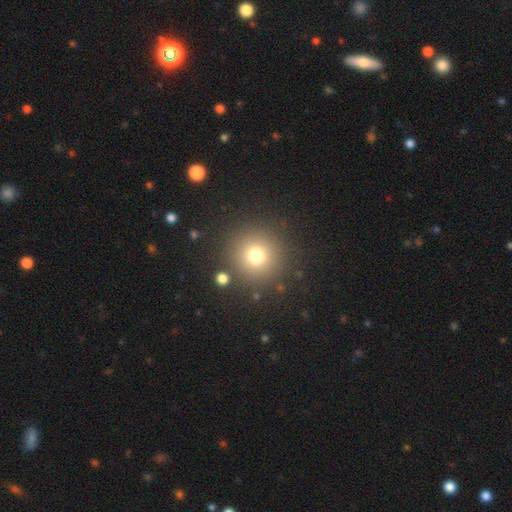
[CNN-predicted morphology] A smooth galaxy with no disk features (75%) that is round (95%). Merging: none (87%).